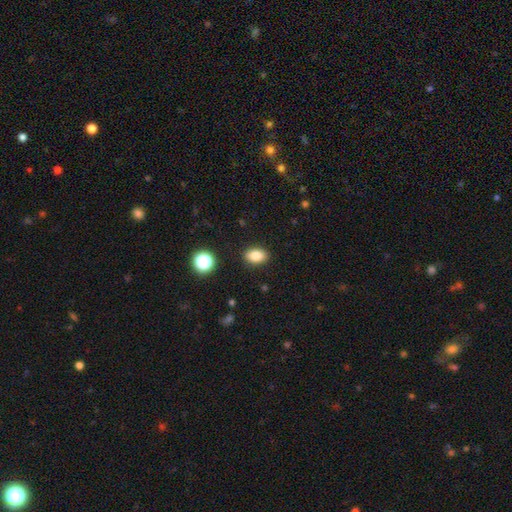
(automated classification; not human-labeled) Smooth or featured? smooth (83%)
How rounded? in between (82%)
Merging? none (89%)